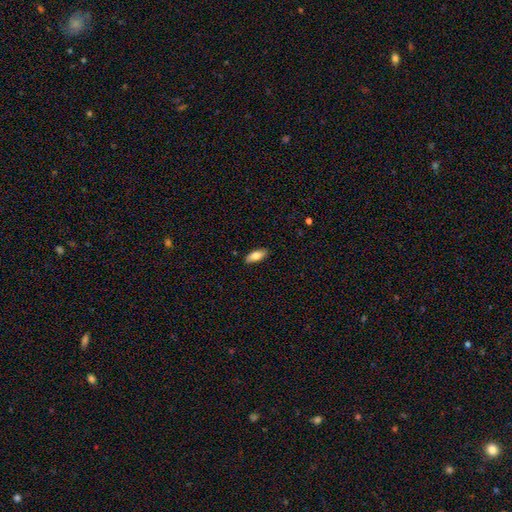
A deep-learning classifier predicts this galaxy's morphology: smooth_or_featured: smooth (p=0.82) [alt: featured or disk p=0.12]
how_rounded: in between (p=0.82) [alt: cigar-shaped p=0.16]
merging: none (p=0.88) [alt: minor disturbance p=0.09]